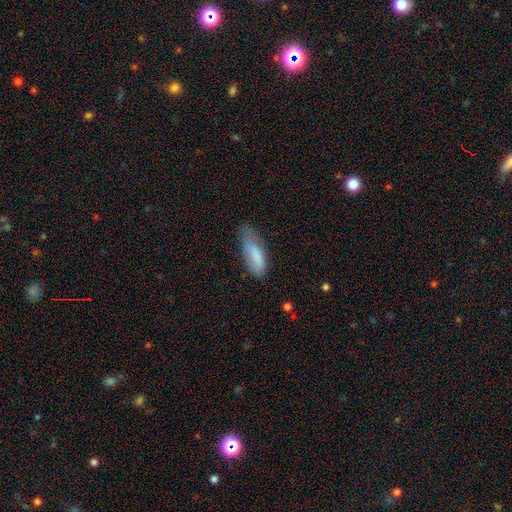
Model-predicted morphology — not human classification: Smooth or featured: smooth — 78% (featured or disk — 15%)
How rounded: in between — 69% (cigar-shaped — 30%)
Merging: minor disturbance — 42% (none — 34%)